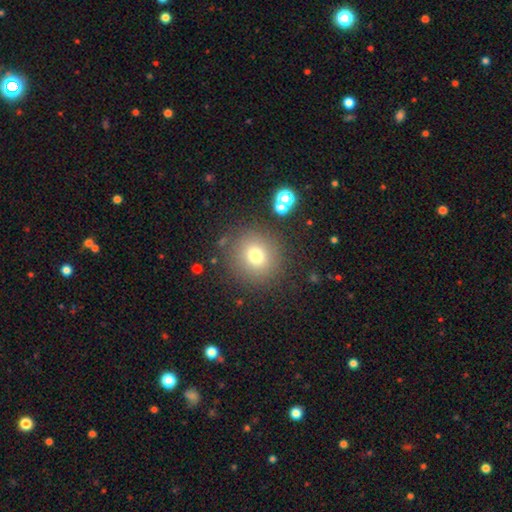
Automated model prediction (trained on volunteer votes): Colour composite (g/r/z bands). It shows a smooth galaxy with no disk features (74%) that is round (90%). Merging: none (84%).